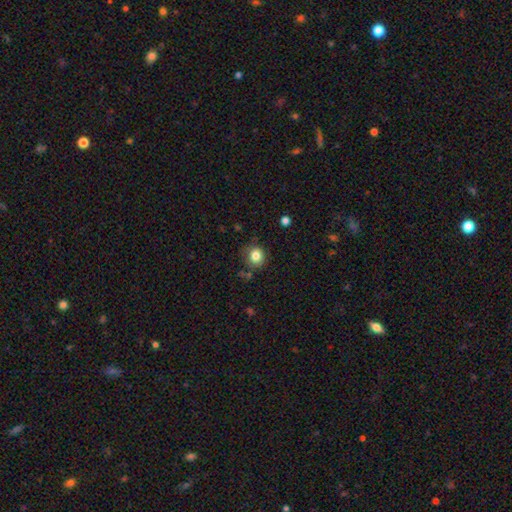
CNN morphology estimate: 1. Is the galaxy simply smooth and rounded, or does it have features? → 82% smooth, 11% star or artifact, 7% featured or disk.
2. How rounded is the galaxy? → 86% round, 13% in between, 1% cigar-shaped.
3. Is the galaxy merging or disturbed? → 80% none, 13% minor disturbance, 4% major disturbance, 3% merger.